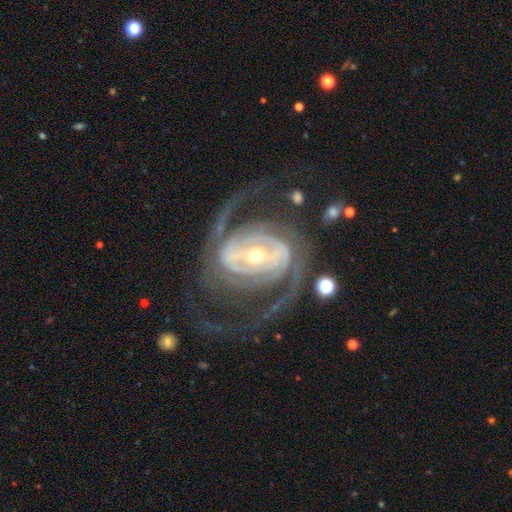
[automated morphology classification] A featured or disk galaxy (92%) with a strong bar (50%), 2 (74%) medium (49%) spiral arms (97%) and a small central bulge (52%).

Vote fractions:
- Smooth or featured? featured or disk: 92% / star or artifact: 5% / smooth: 4%
- Edge-on disk? no: 97% / yes: 3%
- Bar? strong: 50% / weak: 31% / no: 20%
- Spiral arms? yes: 97% / no: 3%
- Spiral winding? medium: 49% / tight: 32% / loose: 19%
- Spiral arm count? 2: 74% / 3: 10% / can't tell: 7% / 4: 4% / 1: 3% / more than 4: 3%
- Bulge size? small: 52% / moderate: 43% / large: 4% / dominant: 1% / none: 1%
- Merging? none: 63% / major disturbance: 21% / minor disturbance: 14% / merger: 2%